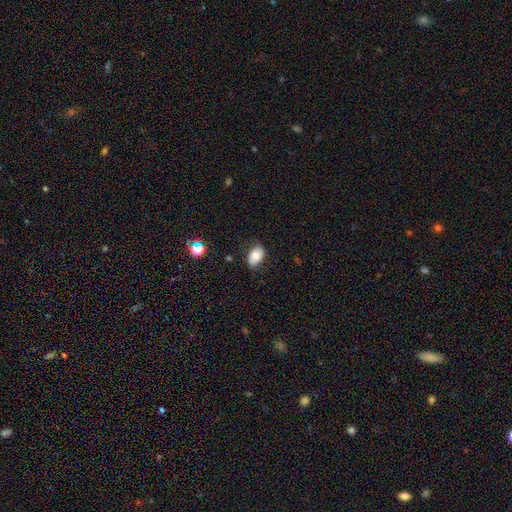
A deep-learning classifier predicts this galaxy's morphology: The model was most divided on "smooth or featured": smooth: 74%, featured or disk: 17%, star or artifact: 9%. More confident: how rounded — in between (87%); merging — none (76%).